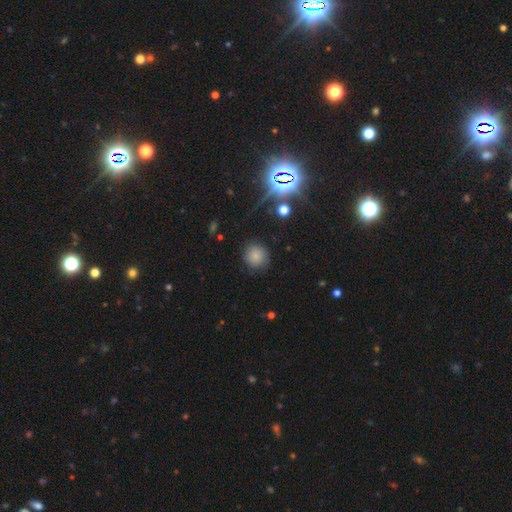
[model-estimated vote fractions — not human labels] The model was most divided on "smooth or featured": smooth: 76%, star or artifact: 15%, featured or disk: 9%. More confident: how rounded — round (89%); merging — none (82%).